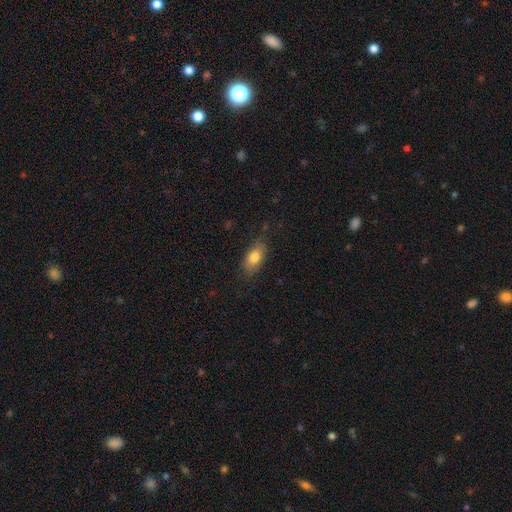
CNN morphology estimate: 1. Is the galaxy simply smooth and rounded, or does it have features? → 77% smooth, 14% featured or disk, 9% star or artifact.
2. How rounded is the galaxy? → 82% in between, 12% cigar-shaped, 6% round.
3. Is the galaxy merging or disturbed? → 80% none, 15% minor disturbance, 3% major disturbance, 1% merger.